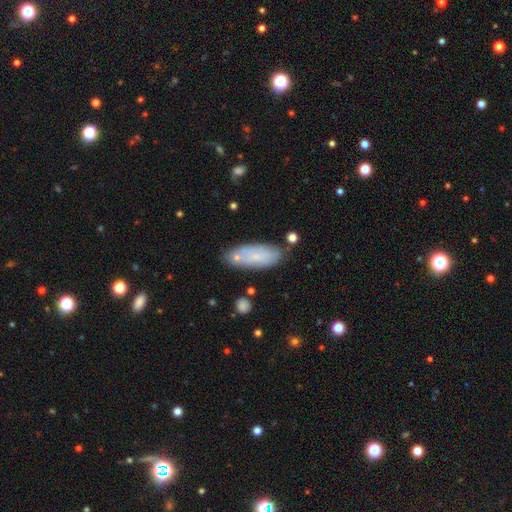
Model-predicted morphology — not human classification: Smooth or featured? Predicted: smooth (p=0.65). How rounded? Predicted: in between (p=0.75). Merging? Predicted: none (p=0.71).